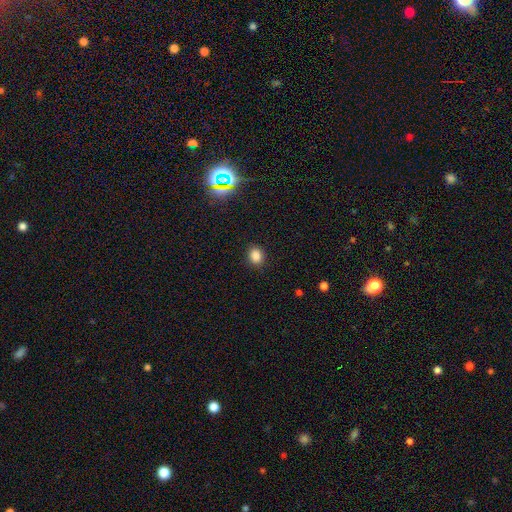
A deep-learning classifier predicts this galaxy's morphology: The model was most divided on "how rounded": round: 55%, in between: 44%, cigar-shaped: 1%. More confident: merging — none (89%); smooth or featured — smooth (84%).